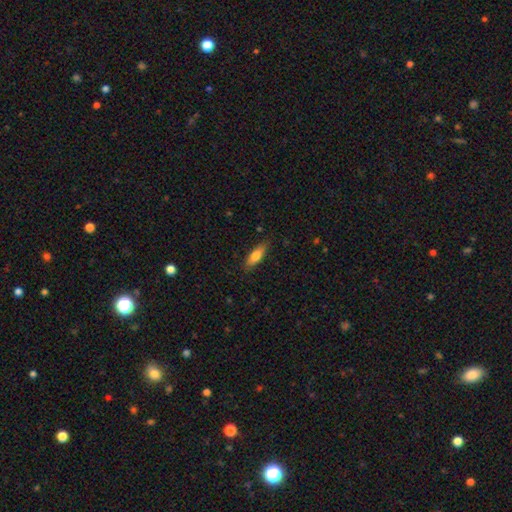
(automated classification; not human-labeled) Smooth or featured? smooth (76%)
How rounded? in between (59%)
Merging? none (84%)